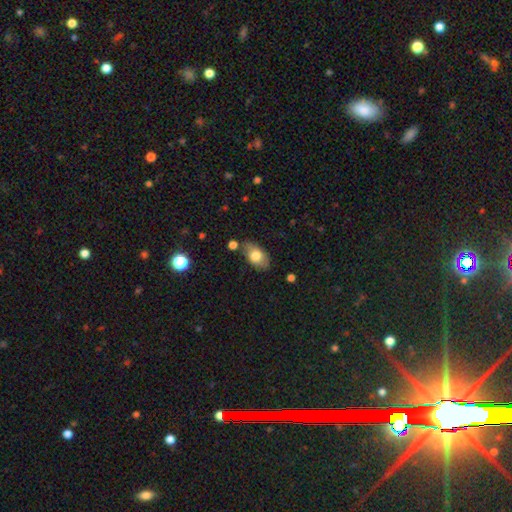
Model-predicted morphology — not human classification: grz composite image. It shows a smooth galaxy with no disk features (75%) that is in between round and cigar-shaped (90%). Merging: none (69%).